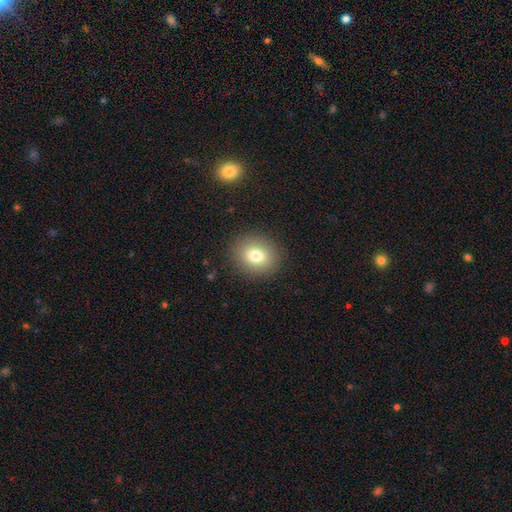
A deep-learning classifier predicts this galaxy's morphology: Overall: smooth (77%). How rounded: round (65%; in between 34%). Merging: none (88%).